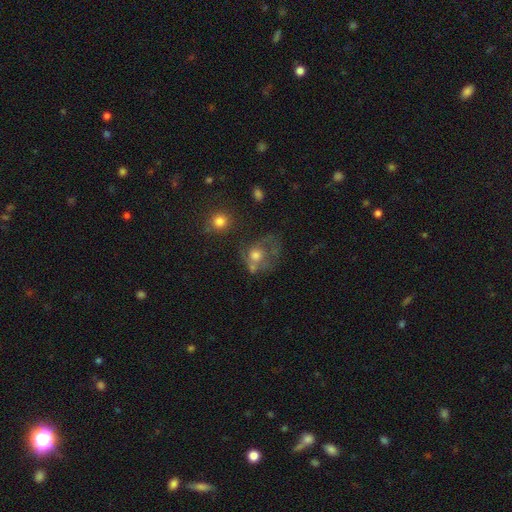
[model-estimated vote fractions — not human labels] smooth_or_featured: smooth (p=0.45) [alt: featured or disk p=0.42]
merging: major disturbance (p=0.34) [alt: none p=0.32]